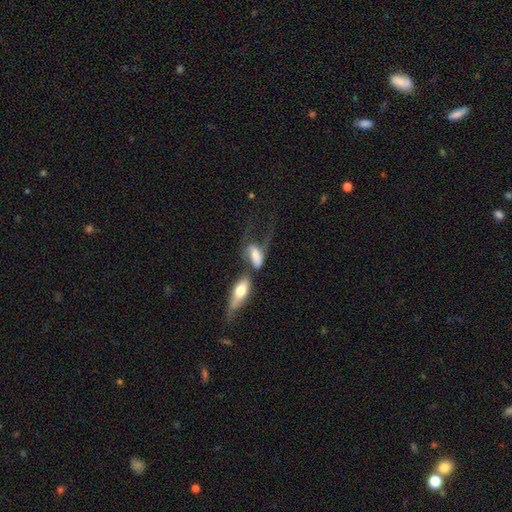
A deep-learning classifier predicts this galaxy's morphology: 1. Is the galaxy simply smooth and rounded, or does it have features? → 59% smooth, 33% featured or disk, 8% star or artifact.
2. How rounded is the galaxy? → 80% in between, 16% cigar-shaped, 4% round.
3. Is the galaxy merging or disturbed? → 50% merger, 24% major disturbance, 15% none, 11% minor disturbance.